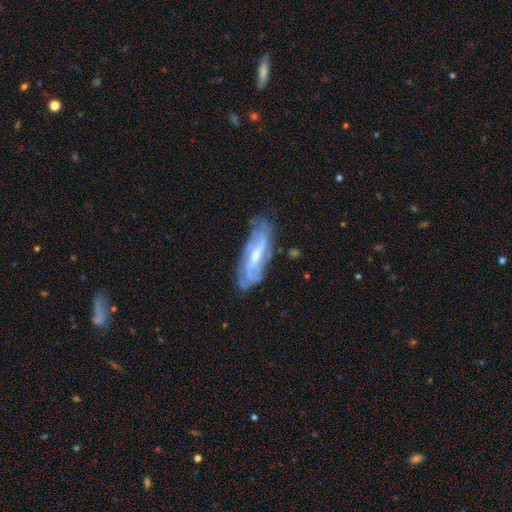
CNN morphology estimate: featured or disk 77%, smooth 17%, star or artifact 7%. Down the decision tree: edge-on disk — no (79%); bar — weak (45%); spiral arms — yes (84%); spiral arm count — 2 (42%); spiral winding — medium (37%); bulge size — moderate (51%); merging — none (68%).